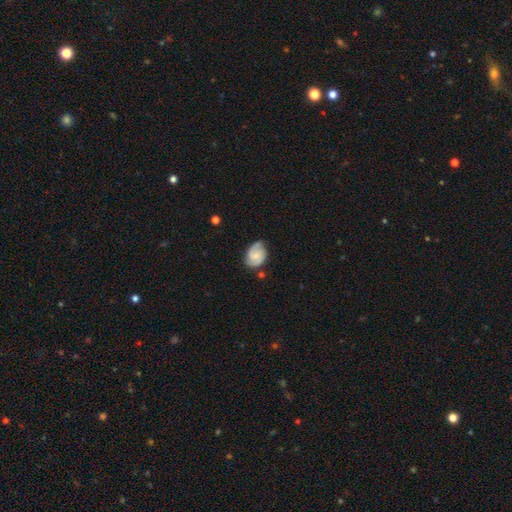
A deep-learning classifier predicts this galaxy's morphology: Smooth or featured? featured or disk (75%)
Edge-on disk? no (98%)
Bar? no (56%)
Spiral arms? yes (96%)
Spiral winding? tight (46%)
Spiral arm count? 2 (77%)
Bulge size? small (55%)
Merging? none (66%)